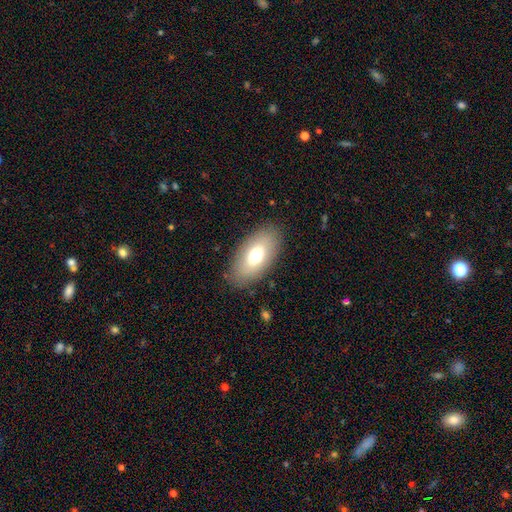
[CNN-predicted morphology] The model was most divided on "smooth or featured": smooth: 70%, featured or disk: 22%, star or artifact: 8%. More confident: how rounded — in between (92%); merging — none (85%).